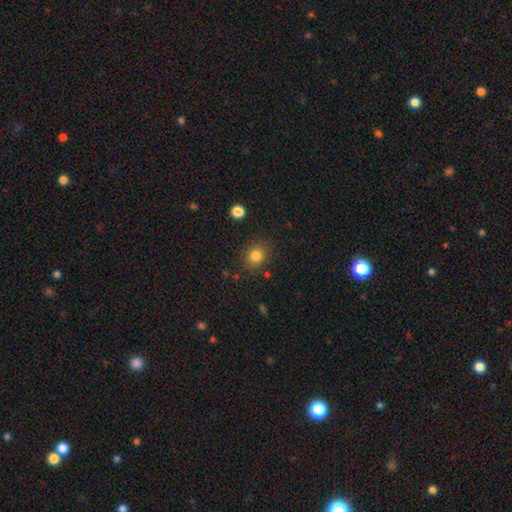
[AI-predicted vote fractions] This is clearly a smooth galaxy (83%). How rounded: likely round (78%). Merging: clearly none (84%).